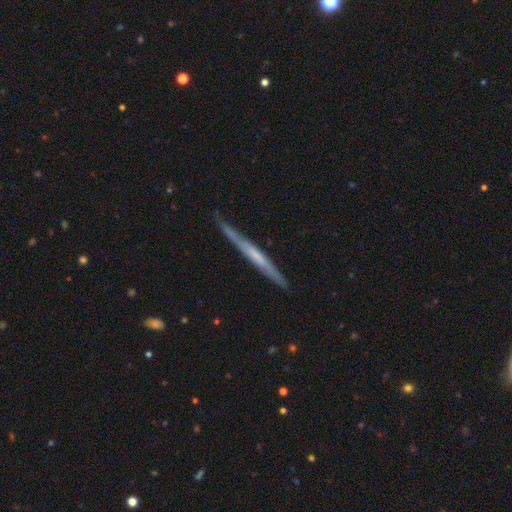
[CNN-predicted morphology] Smooth or featured: featured or disk — 61% (smooth — 34%)
Edge-on disk: yes — 95% (no — 5%)
Edge-on bulge: none — 70% (rounded — 17%)
Merging: none — 81% (minor disturbance — 15%)